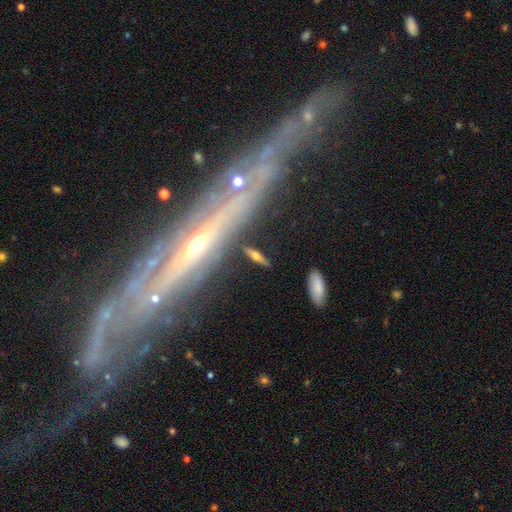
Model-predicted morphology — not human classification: Smooth or featured: smooth — 48% (featured or disk — 42%)
Merging: none — 81% (minor disturbance — 11%)